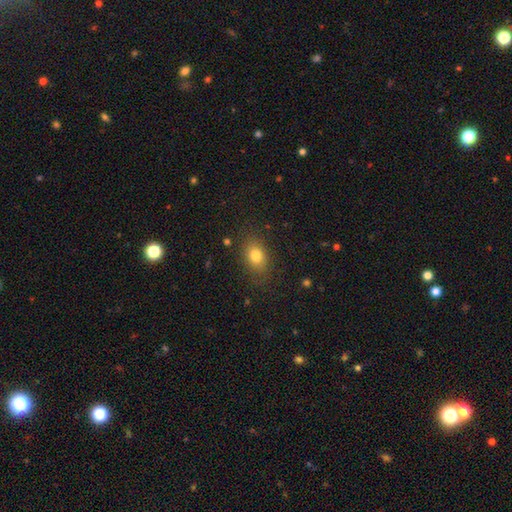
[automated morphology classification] Smooth or featured: smooth — 79% (star or artifact — 11%)
How rounded: in between — 72% (round — 26%)
Merging: none — 82% (minor disturbance — 13%)